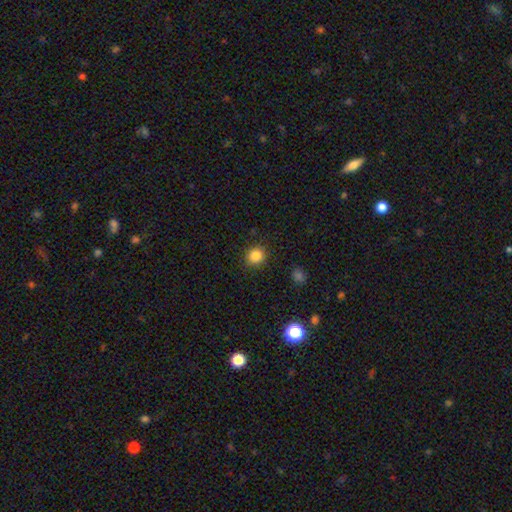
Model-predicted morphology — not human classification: Smooth or featured?
  - smooth: 85% *
  - star or artifact: 11%
  - featured or disk: 4%
How rounded?
  - round: 87% *
  - in between: 12%
  - cigar-shaped: 1%
Merging?
  - none: 90% *
  - minor disturbance: 7%
  - major disturbance: 2%
  - merger: 1%